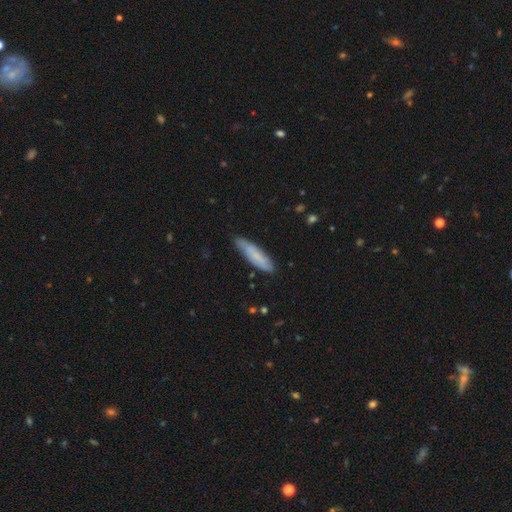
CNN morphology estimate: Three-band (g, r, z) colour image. It shows a smooth galaxy with no disk features (71%) that is cigar-shaped (72%). Merging: none (78%).